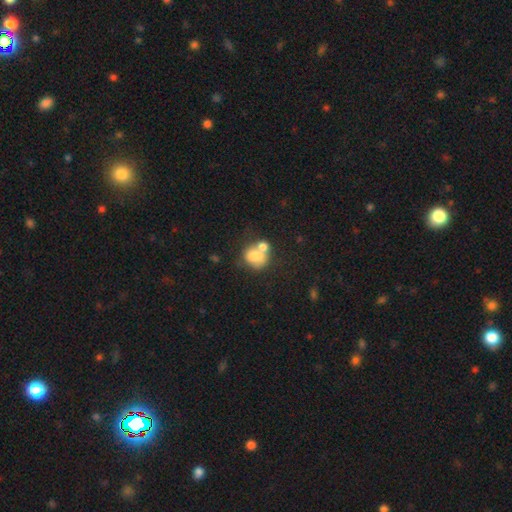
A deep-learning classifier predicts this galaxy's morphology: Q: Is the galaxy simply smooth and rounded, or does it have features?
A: smooth — 71%.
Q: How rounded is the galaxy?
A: round — 55%.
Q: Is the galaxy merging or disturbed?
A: merger — 53%.